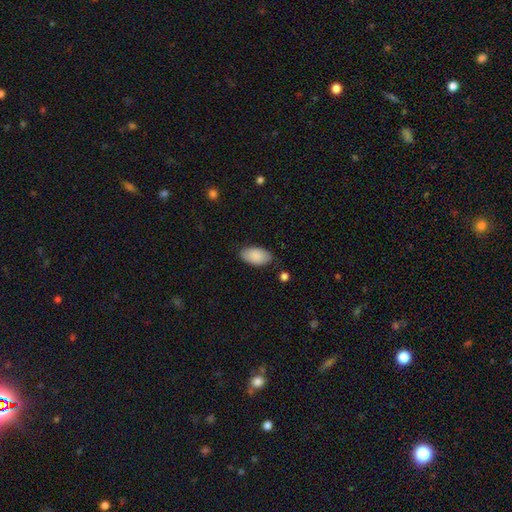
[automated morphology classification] This appears to be a smooth galaxy with no disk features (89%) that is in between round and cigar-shaped (95%). Merging: none (82%).